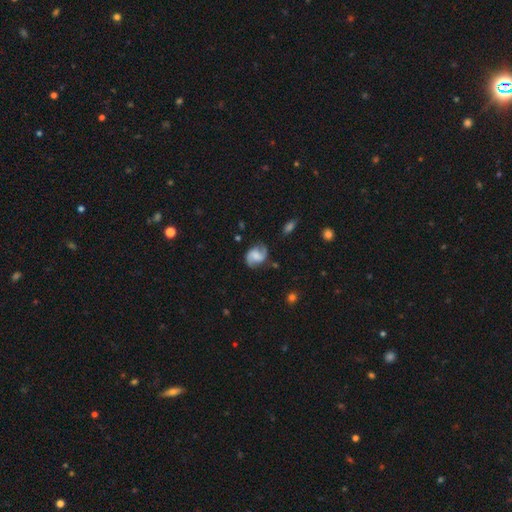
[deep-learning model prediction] Q: Smooth or featured?
A: featured or disk (76%); runner-up: smooth (17%)
Q: Edge-on disk?
A: no (98%); runner-up: yes (2%)
Q: Bar?
A: no (46%); runner-up: weak (42%)
Q: Spiral arms?
A: yes (96%); runner-up: no (4%)
Q: Spiral winding?
A: medium (45%); runner-up: loose (39%)
Q: Spiral arm count?
A: 2 (91%); runner-up: can't tell (3%)
Q: Bulge size?
A: none (33%); runner-up: moderate (27%)
Q: Merging?
A: none (76%); runner-up: minor disturbance (16%)